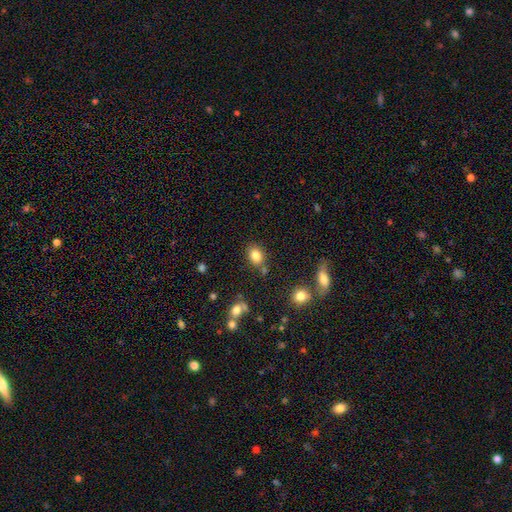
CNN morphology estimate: A smooth galaxy with no disk features (82%) that is in between round and cigar-shaped (60%).

Vote fractions:
- Smooth or featured? smooth: 82% / star or artifact: 10% / featured or disk: 7%
- How rounded? in between: 60% / round: 38% / cigar-shaped: 1%
- Merging? none: 75% / minor disturbance: 14% / merger: 8% / major disturbance: 4%